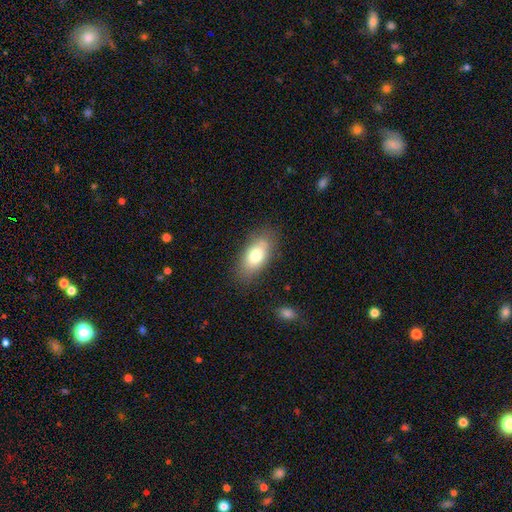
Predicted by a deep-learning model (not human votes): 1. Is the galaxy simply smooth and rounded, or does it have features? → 75% smooth, 17% featured or disk, 8% star or artifact.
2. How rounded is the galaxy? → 89% in between, 6% cigar-shaped, 5% round.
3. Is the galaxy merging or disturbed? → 78% none, 15% minor disturbance, 4% major disturbance, 2% merger.